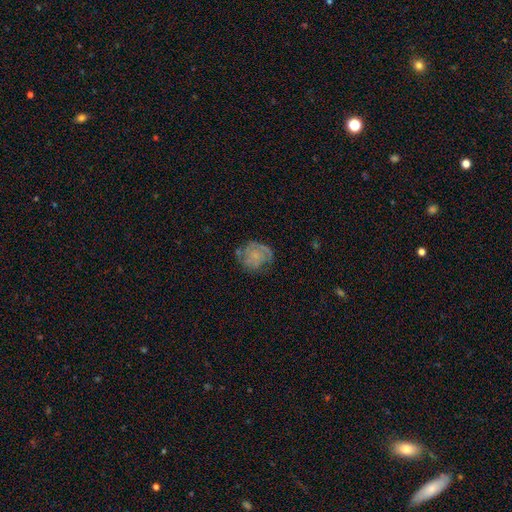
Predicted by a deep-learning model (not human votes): Smooth or featured? featured or disk (53%)
Edge-on disk? no (98%)
Bar? no (81%)
Spiral arms? yes (72%)
Bulge size? small (52%)
Merging? none (61%)